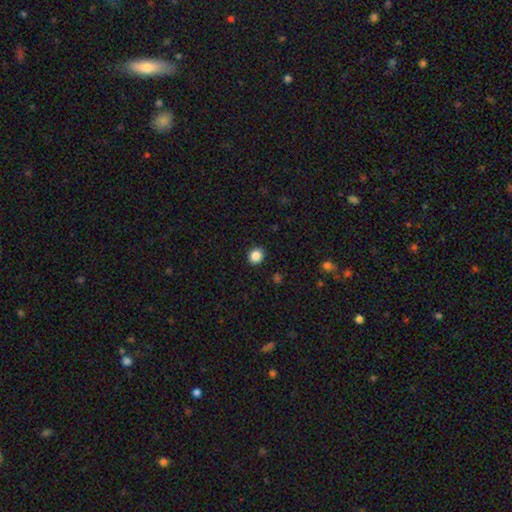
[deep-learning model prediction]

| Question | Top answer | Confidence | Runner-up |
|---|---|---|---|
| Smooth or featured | smooth | 87% | star or artifact (10%) |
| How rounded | round | 76% | in between (23%) |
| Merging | none | 91% | minor disturbance (6%) |